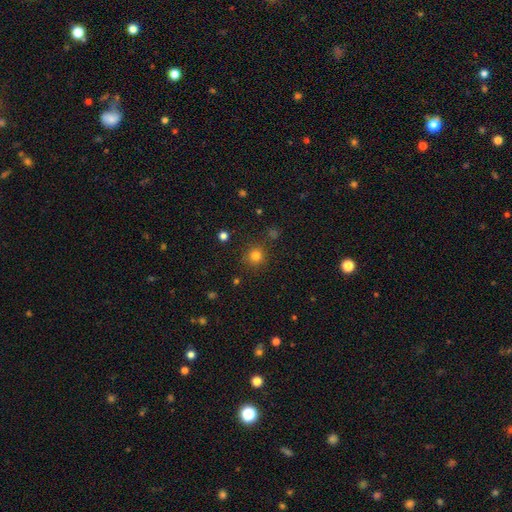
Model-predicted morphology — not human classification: smooth 80%, star or artifact 15%, featured or disk 5%. Down the decision tree: how rounded — round (92%); merging — none (85%).